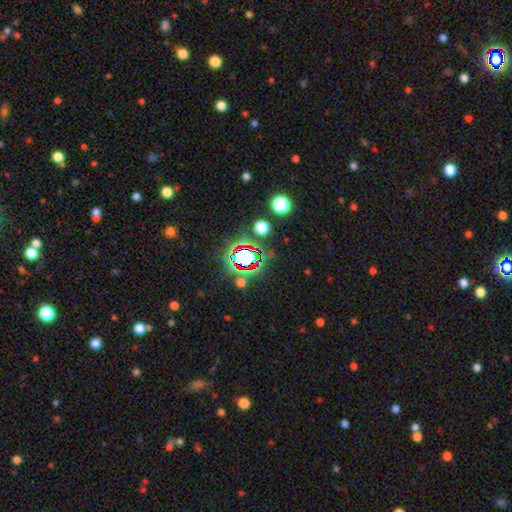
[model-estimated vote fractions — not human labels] Smooth or featured?
  - star or artifact: 81% *
  - smooth: 11%
  - featured or disk: 8%